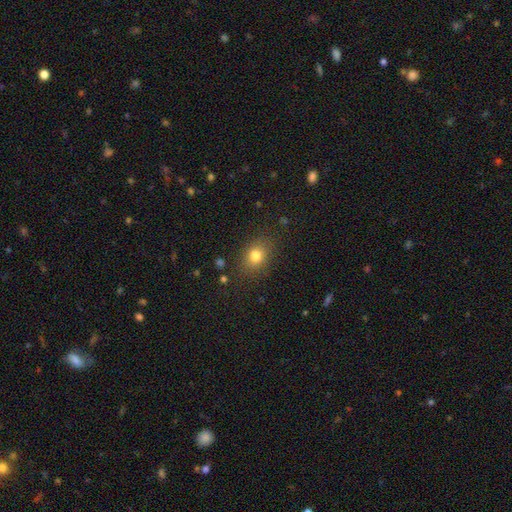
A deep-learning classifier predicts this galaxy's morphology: The model was most divided on "how rounded": in between: 52%, round: 47%, cigar-shaped: 1%. More confident: merging — none (82%); smooth or featured — smooth (79%).